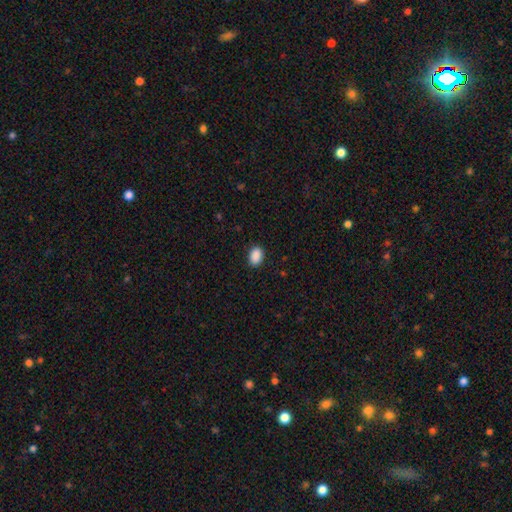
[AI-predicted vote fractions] A smooth galaxy with no disk features (90%) that is in between round and cigar-shaped (81%). Merging: none (89%).